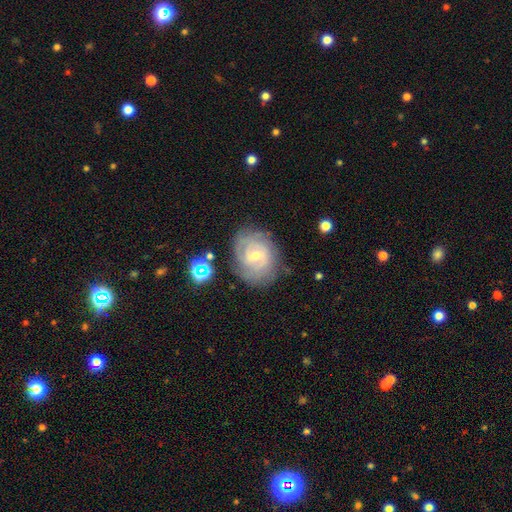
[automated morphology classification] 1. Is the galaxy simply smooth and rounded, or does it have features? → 79% featured or disk, 14% smooth, 8% star or artifact.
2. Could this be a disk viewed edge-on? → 97% no, 3% yes.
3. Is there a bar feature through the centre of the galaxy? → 55% weak, 32% no, 13% strong.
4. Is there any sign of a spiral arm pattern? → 93% yes, 7% no.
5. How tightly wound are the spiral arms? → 67% tight, 27% medium, 6% loose.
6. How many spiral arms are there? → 38% can't tell, 30% 2, 17% 3, 7% 4, 4% 1, 4% more than 4.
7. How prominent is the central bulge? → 59% small, 37% moderate, 2% none, 2% large, 1% dominant.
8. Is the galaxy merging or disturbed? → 73% none, 18% minor disturbance, 7% major disturbance, 2% merger.